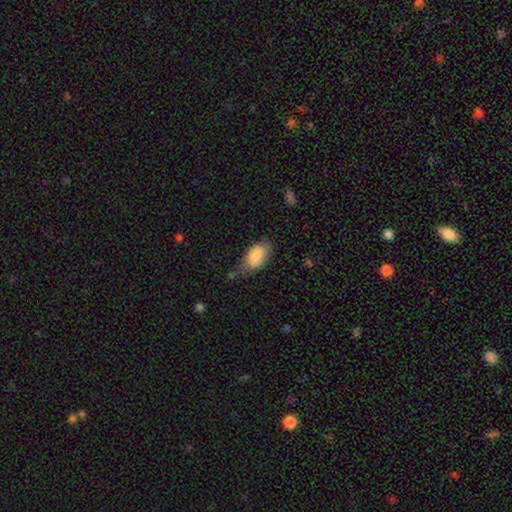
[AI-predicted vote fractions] Morphology: type=smooth (83%); roundness=in between (94%); merging=none (50%).